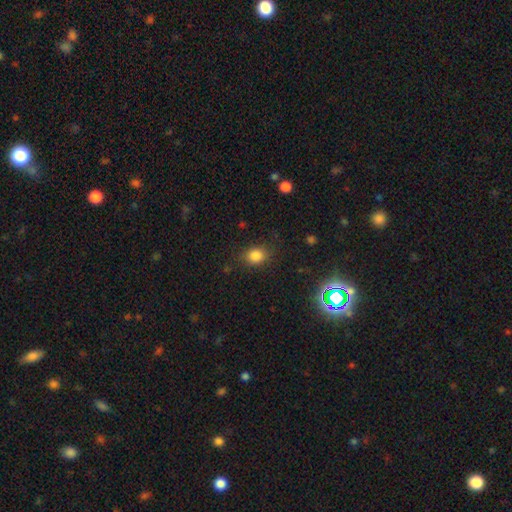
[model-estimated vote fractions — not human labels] Morphology: type=smooth (82%); roundness=round (61%); merging=none (80%).